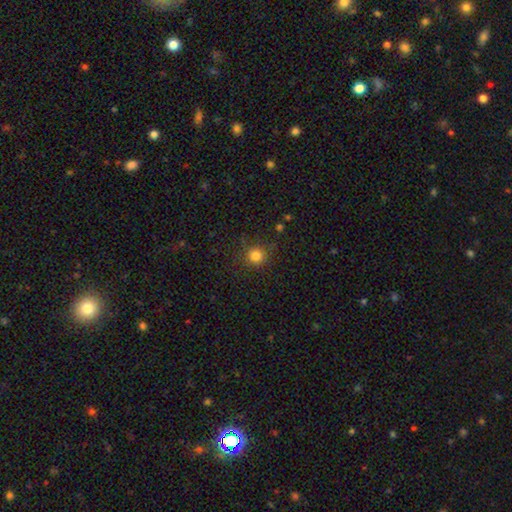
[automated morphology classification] A smooth galaxy with no disk features (82%) that is round (93%).

Vote fractions:
- Smooth or featured? smooth: 82% / star or artifact: 13% / featured or disk: 5%
- How rounded? round: 93% / in between: 6% / cigar-shaped: 1%
- Merging? none: 87% / minor disturbance: 8% / major disturbance: 3% / merger: 1%